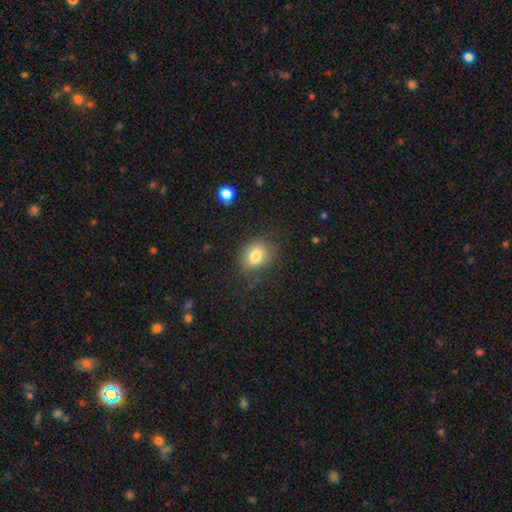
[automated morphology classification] smooth 82%, star or artifact 10%, featured or disk 9%. Down the decision tree: how rounded — in between (63%); merging — none (76%).